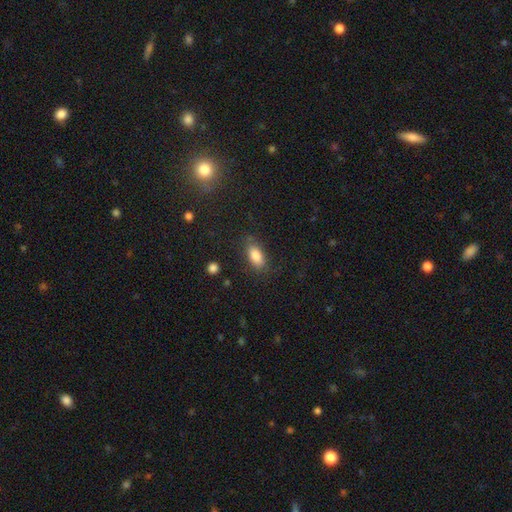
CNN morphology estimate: Smooth or featured: smooth — 83% (featured or disk — 9%)
How rounded: in between — 87% (cigar-shaped — 9%)
Merging: none — 79% (minor disturbance — 15%)